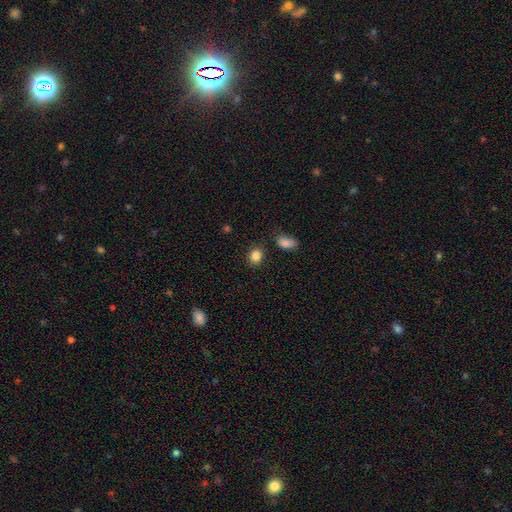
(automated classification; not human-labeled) Q: Smooth or featured?
A: smooth (86%); runner-up: star or artifact (10%)
Q: How rounded?
A: round (54%); runner-up: in between (45%)
Q: Merging?
A: none (84%); runner-up: minor disturbance (9%)